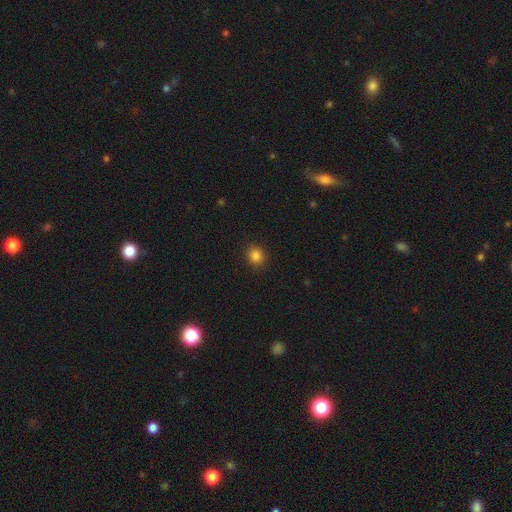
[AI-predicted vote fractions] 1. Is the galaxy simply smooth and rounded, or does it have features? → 84% smooth, 12% star or artifact, 4% featured or disk.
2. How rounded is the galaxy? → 83% round, 16% in between, 1% cigar-shaped.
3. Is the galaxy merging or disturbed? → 90% none, 7% minor disturbance, 2% major disturbance, 1% merger.